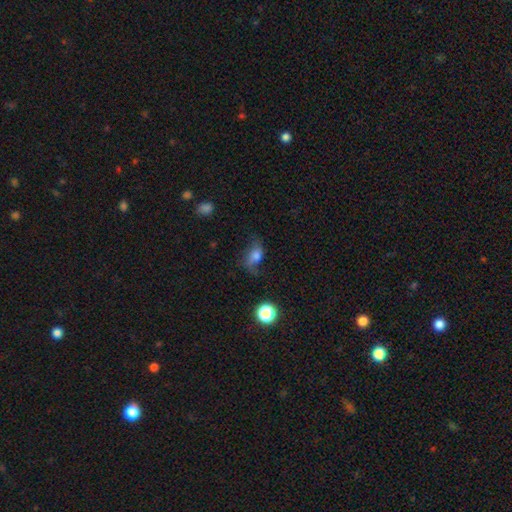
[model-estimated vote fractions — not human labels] Smooth or featured: smooth — 55% (featured or disk — 31%)
How rounded: in between — 77% (round — 18%)
Merging: none — 47% (minor disturbance — 27%)